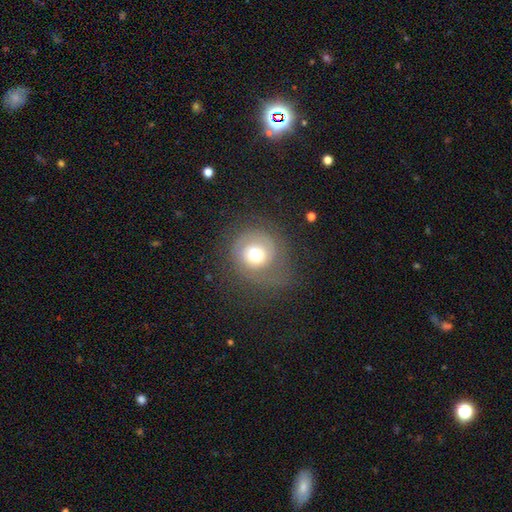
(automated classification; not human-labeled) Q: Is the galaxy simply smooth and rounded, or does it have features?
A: smooth — 45%.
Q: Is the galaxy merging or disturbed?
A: none — 61%.